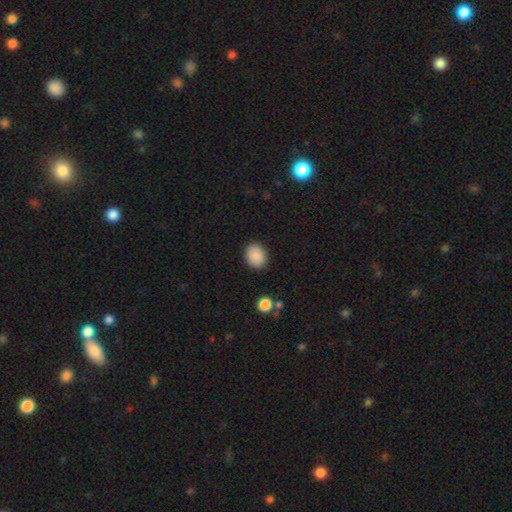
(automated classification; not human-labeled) The model was most divided on "how rounded": round: 53%, in between: 46%, cigar-shaped: 1%. More confident: merging — none (89%); smooth or featured — smooth (89%).